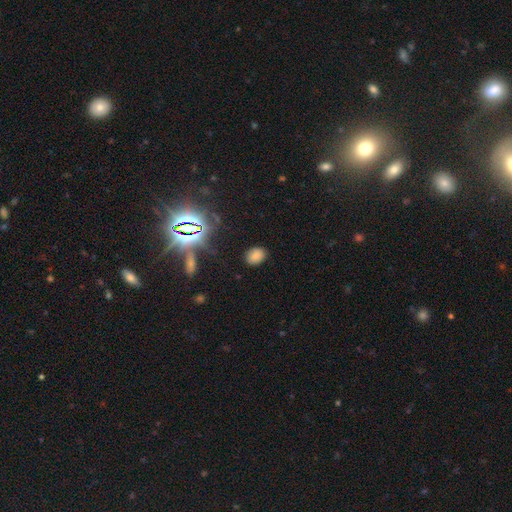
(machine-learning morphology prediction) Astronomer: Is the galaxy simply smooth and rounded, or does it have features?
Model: smooth — 75%.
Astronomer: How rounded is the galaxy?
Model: in between — 61% (runner-up: round, 38%).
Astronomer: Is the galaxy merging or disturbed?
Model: none — 84%.